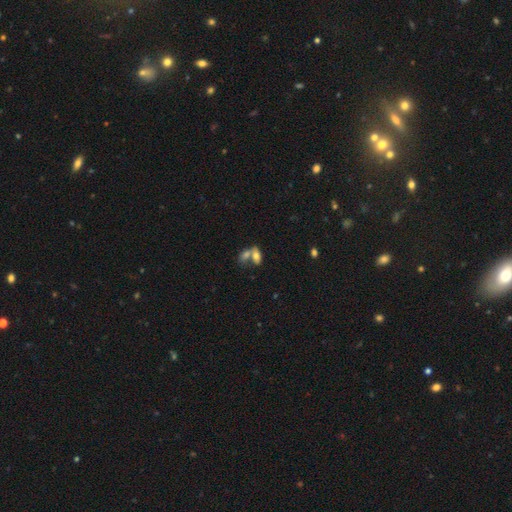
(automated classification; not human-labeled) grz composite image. It shows a smooth galaxy with no disk features (70%) that is in between round and cigar-shaped (86%). Merging: merger (62%).